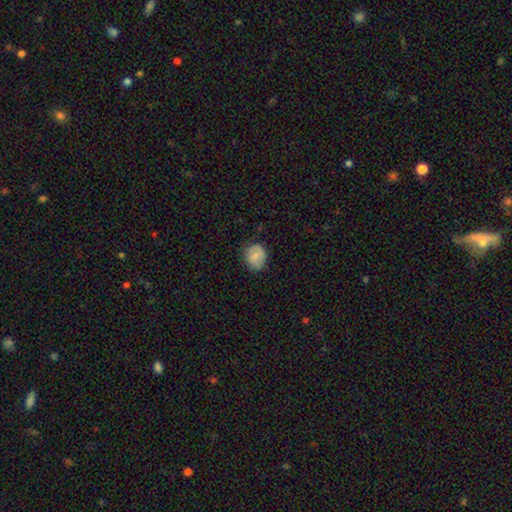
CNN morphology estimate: Q: Smooth or featured?
A: smooth (77%); runner-up: featured or disk (16%)
Q: How rounded?
A: round (55%); runner-up: in between (44%)
Q: Merging?
A: none (74%); runner-up: minor disturbance (20%)